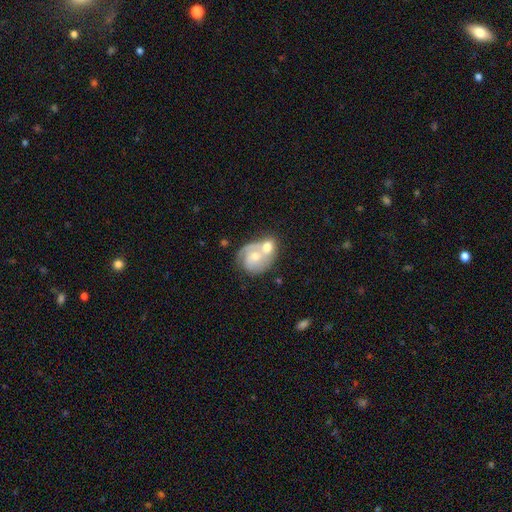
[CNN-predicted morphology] smooth-or-featured: featured or disk: 63% | smooth: 31% | star or artifact: 6%
  disk-edge-on: no: 97% | yes: 3%
    bar: no: 74% | weak: 23% | strong: 4%
    has-spiral-arms: yes: 76% | no: 24%
    bulge-size: moderate: 55% | small: 37% | large: 4% | none: 3% | dominant: 1%
  merging: merger: 59% | none: 23% | minor disturbance: 11% | major disturbance: 7%